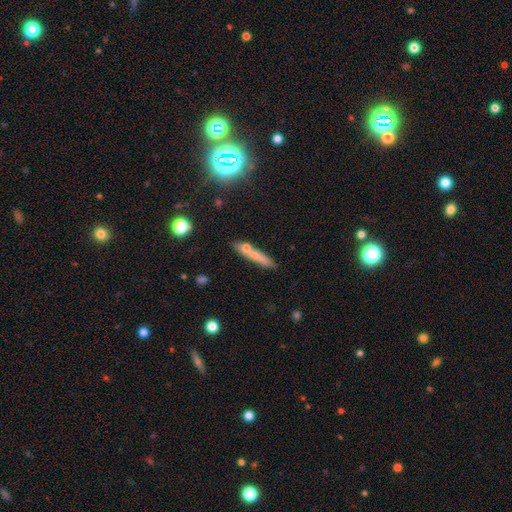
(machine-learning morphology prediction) Smooth or featured: smooth — 66% (featured or disk — 25%)
How rounded: cigar-shaped — 90% (in between — 8%)
Merging: none — 67% (merger — 15%)